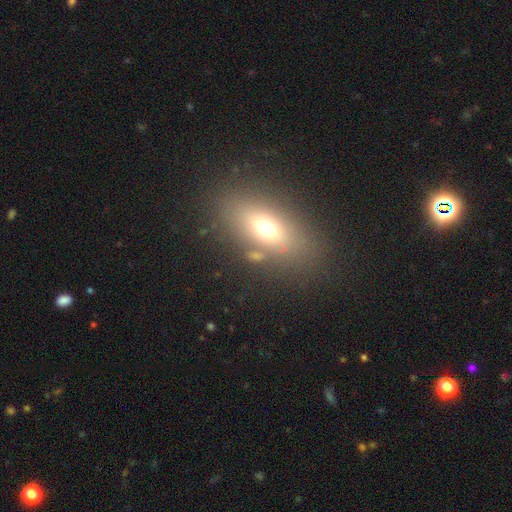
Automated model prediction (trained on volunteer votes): smooth-or-featured: smooth: 64% | featured or disk: 21% | star or artifact: 15%
  how-rounded: in between: 75% | round: 15% | cigar-shaped: 10%
  merging: none: 74% | minor disturbance: 12% | merger: 7% | major disturbance: 7%